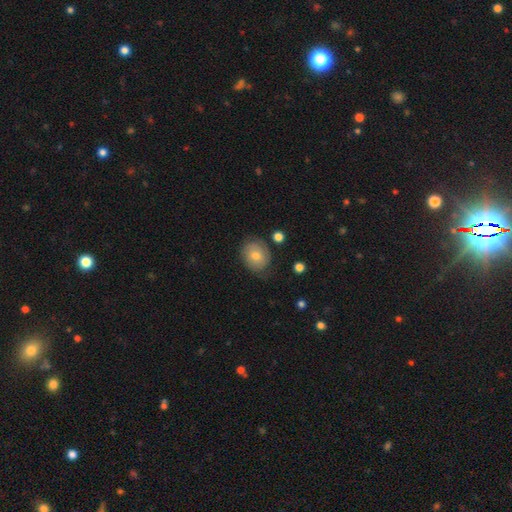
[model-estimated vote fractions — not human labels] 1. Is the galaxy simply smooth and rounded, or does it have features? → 56% smooth, 35% featured or disk, 9% star or artifact.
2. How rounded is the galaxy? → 61% round, 38% in between, 1% cigar-shaped.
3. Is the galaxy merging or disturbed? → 74% none, 19% minor disturbance, 5% major disturbance, 2% merger.